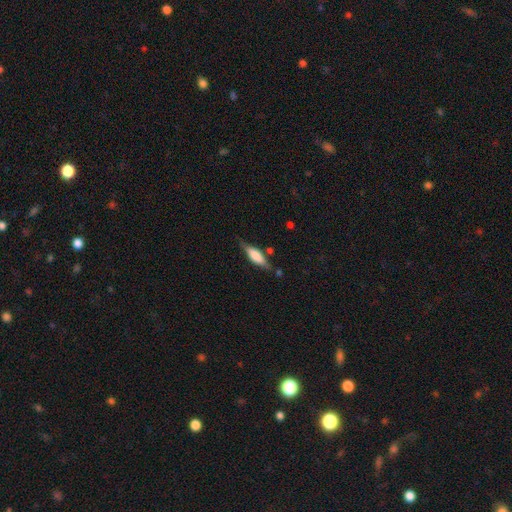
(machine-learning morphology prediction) type=smooth (54%); roundness=in between (53%); merging=none (70%).